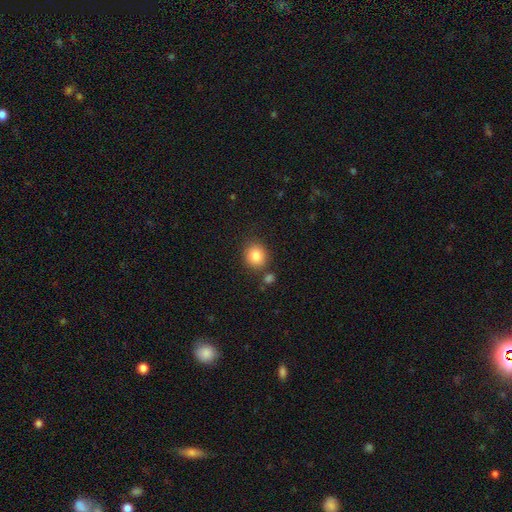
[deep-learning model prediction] Smooth or featured? Predicted: smooth (p=0.84). How rounded? Predicted: round (p=0.82). Merging? Predicted: none (p=0.79).